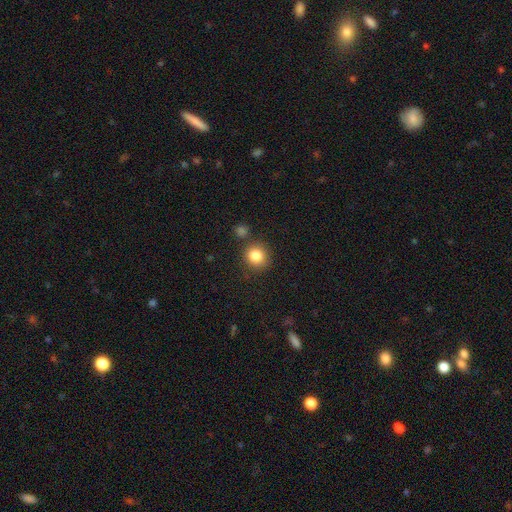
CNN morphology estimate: A smooth galaxy with no disk features (85%) that is round (88%).

Vote fractions:
- Smooth or featured? smooth: 85% / star or artifact: 10% / featured or disk: 5%
- How rounded? round: 88% / in between: 11% / cigar-shaped: 1%
- Merging? none: 81% / minor disturbance: 9% / merger: 7% / major disturbance: 3%